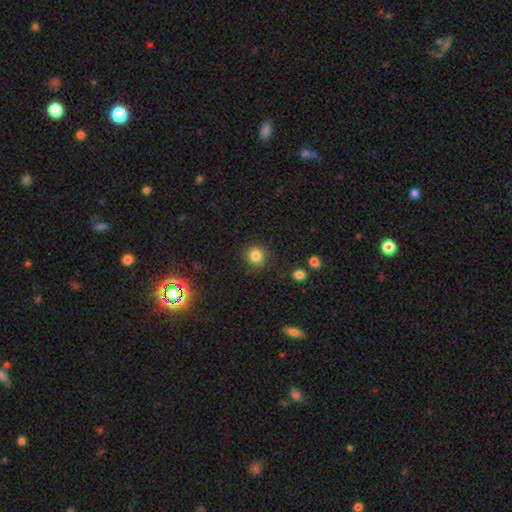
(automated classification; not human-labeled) The model was most divided on "smooth or featured": smooth: 82%, star or artifact: 12%, featured or disk: 6%. More confident: how rounded — round (89%); merging — none (87%).